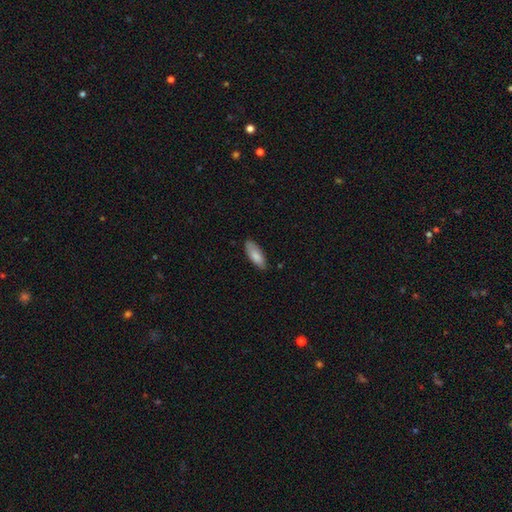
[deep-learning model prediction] A smooth galaxy with no disk features (84%) that is in between round and cigar-shaped (75%). Merging: none (81%).